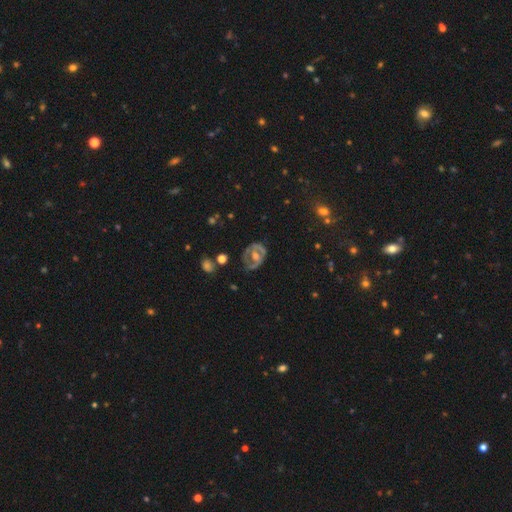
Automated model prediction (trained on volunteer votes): This appears to be a featured or disk galaxy (66%) with no bar (52%), no spiral arms (52%) and a moderate central bulge (64%). Merging: none (62%).